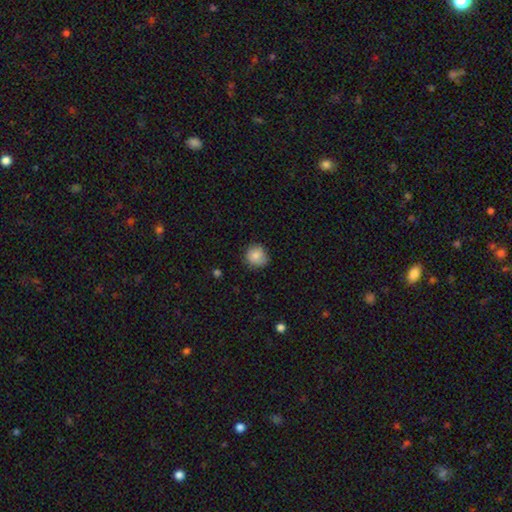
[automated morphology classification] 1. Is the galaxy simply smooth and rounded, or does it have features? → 83% smooth, 9% featured or disk, 8% star or artifact.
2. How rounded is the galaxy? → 88% round, 11% in between, 1% cigar-shaped.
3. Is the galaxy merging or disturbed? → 77% none, 19% minor disturbance, 3% major disturbance, 1% merger.